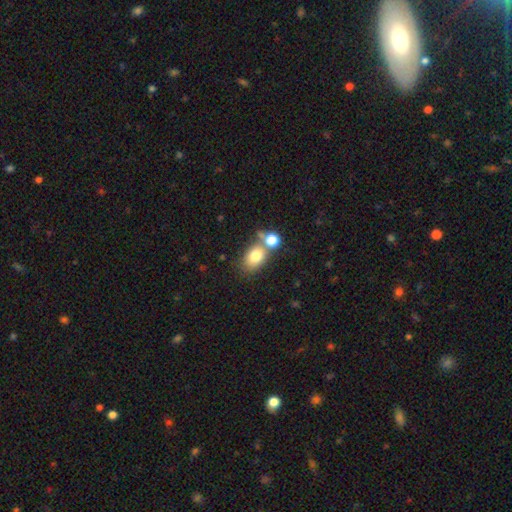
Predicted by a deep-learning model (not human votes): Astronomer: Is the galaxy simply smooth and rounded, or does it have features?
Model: smooth — 77%.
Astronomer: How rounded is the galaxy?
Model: in between — 74%.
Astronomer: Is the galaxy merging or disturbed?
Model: none — 46% (runner-up: merger, 36%).